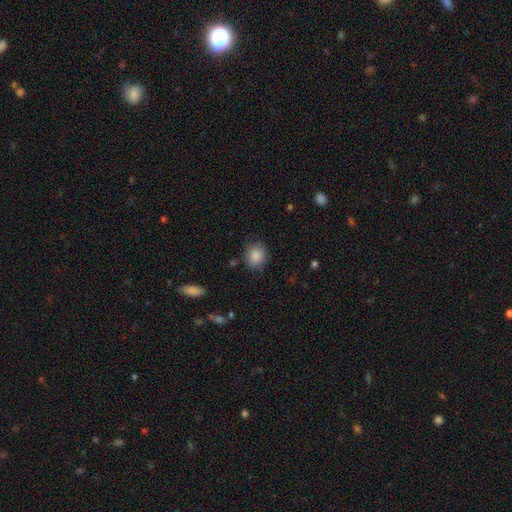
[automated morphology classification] smooth_or_featured: smooth (p=0.87) [alt: star or artifact p=0.08]
how_rounded: round (p=0.74) [alt: in between p=0.25]
merging: none (p=0.81) [alt: minor disturbance p=0.13]